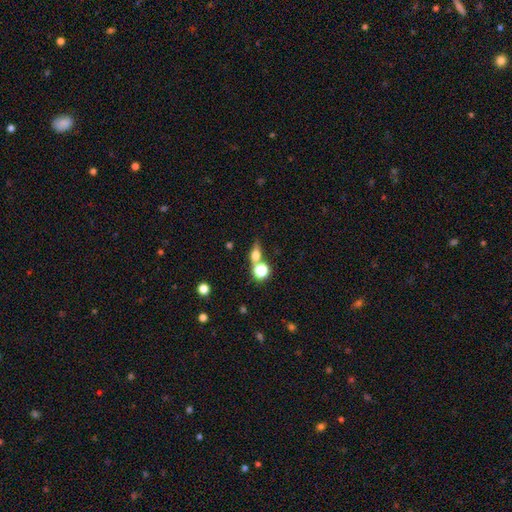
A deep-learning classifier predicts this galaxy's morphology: Smooth or featured? smooth (62%)
How rounded? in between (45%)
Merging? none (57%)